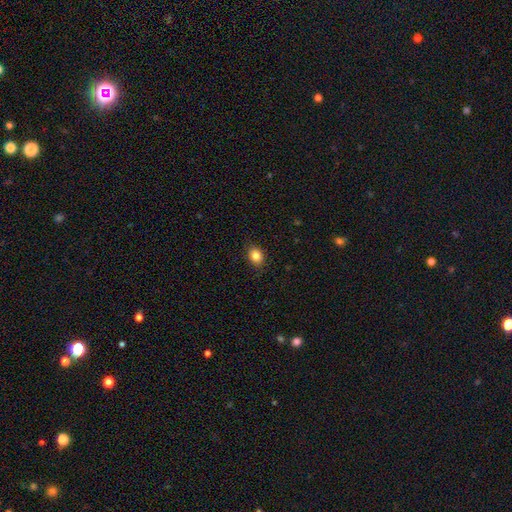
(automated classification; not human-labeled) Smooth or featured? Predicted: smooth (p=0.85). How rounded? Predicted: in between (p=0.58). Merging? Predicted: none (p=0.87).